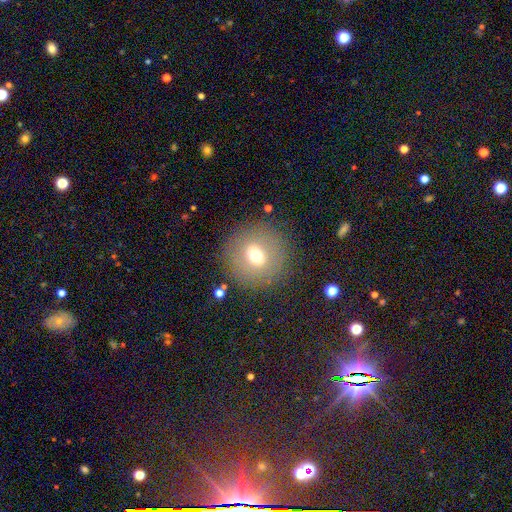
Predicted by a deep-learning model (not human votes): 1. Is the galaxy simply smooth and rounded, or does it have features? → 60% smooth, 25% featured or disk, 15% star or artifact.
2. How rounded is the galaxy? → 92% round, 7% in between, 1% cigar-shaped.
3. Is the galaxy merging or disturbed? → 86% none, 8% minor disturbance, 4% major disturbance, 2% merger.